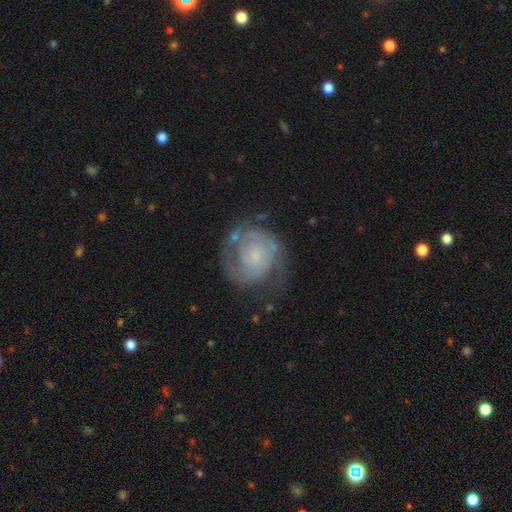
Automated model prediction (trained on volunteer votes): smooth-or-featured: featured or disk: 83% | smooth: 11% | star or artifact: 6%
  disk-edge-on: no: 98% | yes: 2%
    bar: no: 73% | weak: 23% | strong: 4%
    has-spiral-arms: yes: 94% | no: 6%
      spiral-winding: tight: 55% | medium: 35% | loose: 10%
      spiral-arm-count: 2: 69% | can't tell: 14% | 3: 7% | 1: 5% | 4: 3% | more than 4: 3%
    bulge-size: small: 67% | moderate: 17% | none: 12% | large: 3% | dominant: 1%
  merging: none: 66% | minor disturbance: 19% | major disturbance: 13% | merger: 2%